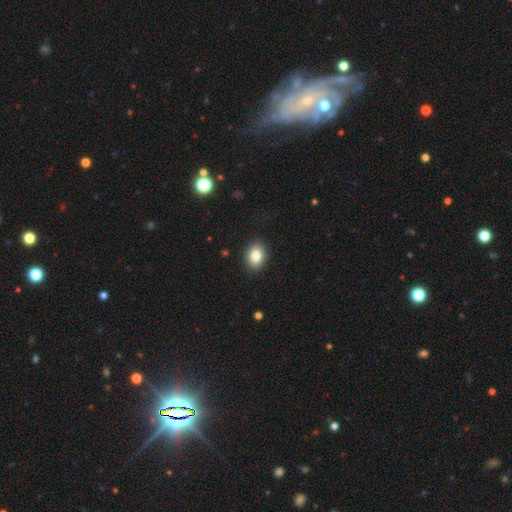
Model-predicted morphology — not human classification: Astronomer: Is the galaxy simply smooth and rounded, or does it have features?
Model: smooth — 84%.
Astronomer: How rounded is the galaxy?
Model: in between — 67%.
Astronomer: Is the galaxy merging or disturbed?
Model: none — 89%.